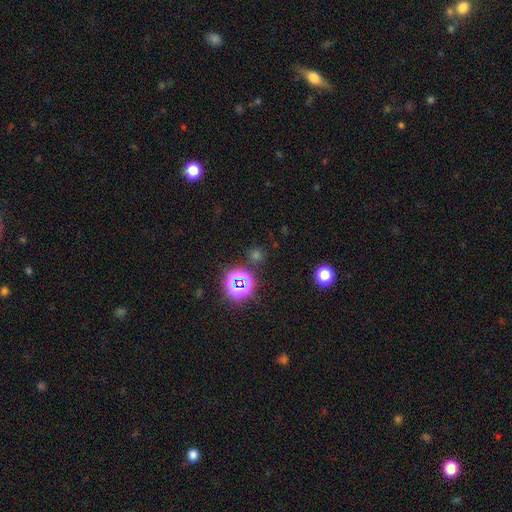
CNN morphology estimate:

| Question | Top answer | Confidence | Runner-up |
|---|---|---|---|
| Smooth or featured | star or artifact | 55% | smooth (37%) |